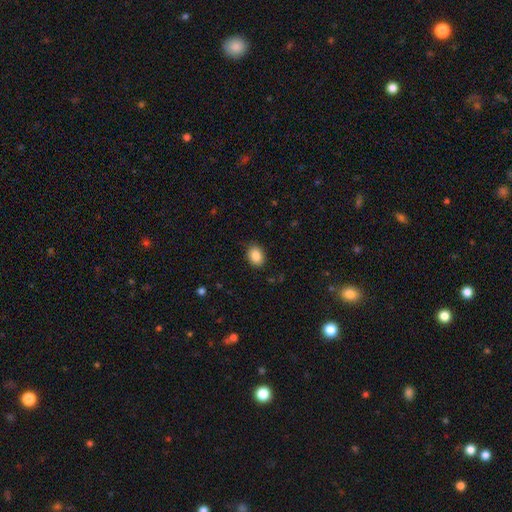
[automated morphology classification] This appears to be a smooth galaxy with no disk features (87%) that is in between round and cigar-shaped (66%). Merging: none (87%).